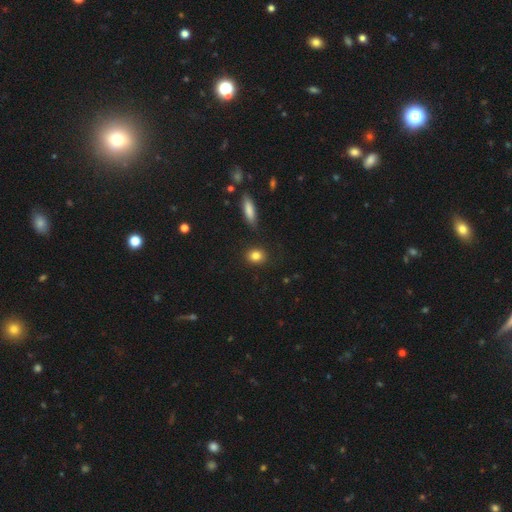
This is clearly a smooth galaxy (84%). How rounded: possibly round (59%). Merging: clearly none (92%).